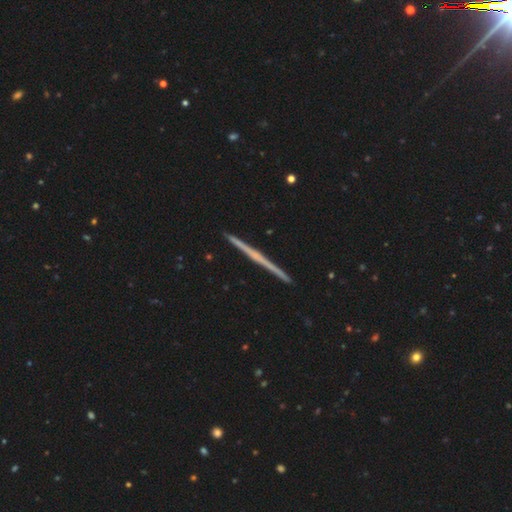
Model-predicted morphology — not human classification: This appears to be a featured or disk galaxy (66%) viewed edge-on (98%) with no central bulge (76%). Merging: none (92%).